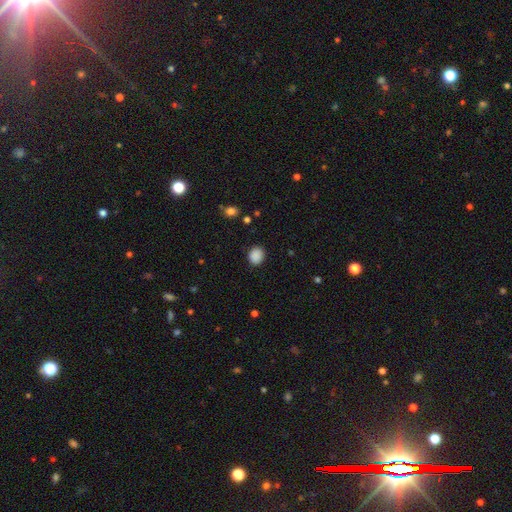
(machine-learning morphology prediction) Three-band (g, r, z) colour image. It shows a smooth galaxy with no disk features (88%) that is round (57%). Merging: none (89%).